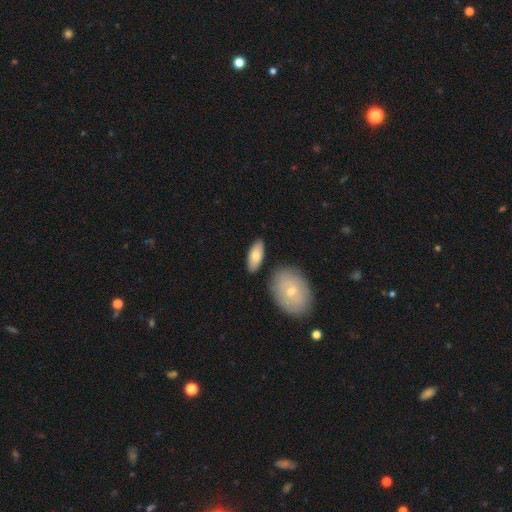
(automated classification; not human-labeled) smooth 75%, featured or disk 20%, star or artifact 6%. Down the decision tree: how rounded — in between (88%); merging — none (81%).